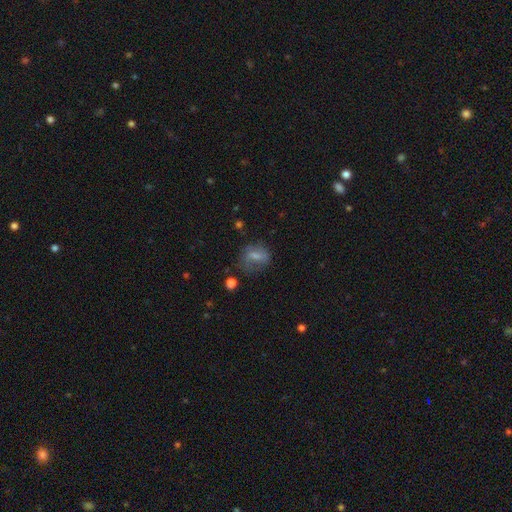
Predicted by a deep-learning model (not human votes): smooth-or-featured: smooth: 61% | featured or disk: 28% | star or artifact: 11%
  how-rounded: in between: 61% | round: 35% | cigar-shaped: 5%
  merging: none: 50% | minor disturbance: 26% | major disturbance: 21% | merger: 3%